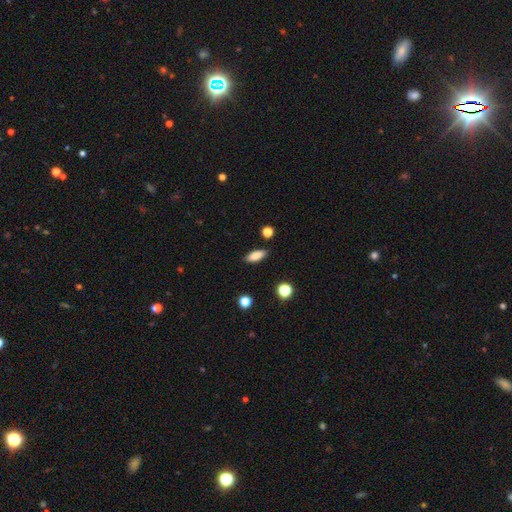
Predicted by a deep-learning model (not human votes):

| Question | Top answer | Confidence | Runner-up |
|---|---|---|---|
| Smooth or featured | smooth | 84% | star or artifact (8%) |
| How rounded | in between | 77% | cigar-shaped (20%) |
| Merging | none | 87% | minor disturbance (9%) |